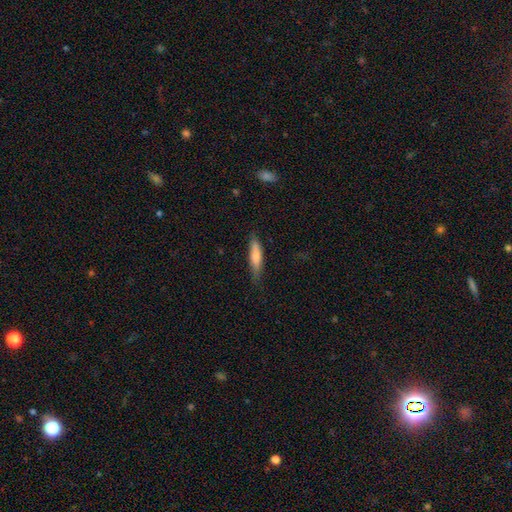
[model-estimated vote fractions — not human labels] The model was most divided on "how rounded": cigar-shaped: 72%, in between: 26%, round: 1%. More confident: smooth or featured — smooth (77%); merging — none (76%).